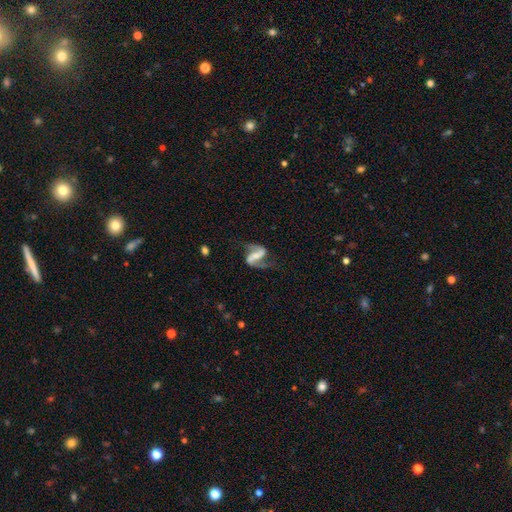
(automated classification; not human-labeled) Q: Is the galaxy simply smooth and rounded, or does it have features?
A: featured or disk — 89%.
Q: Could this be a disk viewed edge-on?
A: no — 98%.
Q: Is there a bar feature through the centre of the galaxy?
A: strong — 57%.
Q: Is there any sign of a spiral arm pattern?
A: yes — 96%.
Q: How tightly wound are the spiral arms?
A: loose — 55%.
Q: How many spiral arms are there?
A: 2 — 93%.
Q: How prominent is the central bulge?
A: small — 45%.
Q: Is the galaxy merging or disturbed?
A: none — 71%.